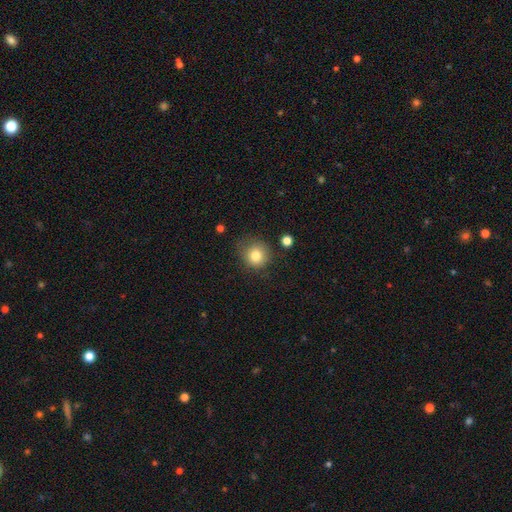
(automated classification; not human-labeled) This appears to be a smooth galaxy with no disk features (80%) that is round (88%). Merging: none (73%).